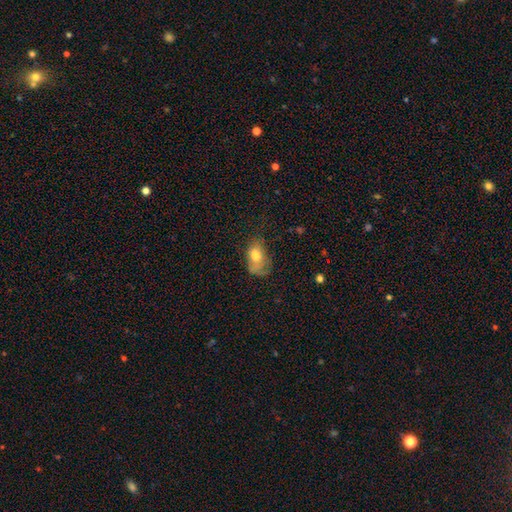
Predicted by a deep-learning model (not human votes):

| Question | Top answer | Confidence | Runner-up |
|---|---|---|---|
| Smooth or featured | smooth | 67% | featured or disk (24%) |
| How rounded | in between | 84% | round (14%) |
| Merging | major disturbance | 34% | minor disturbance (32%) |